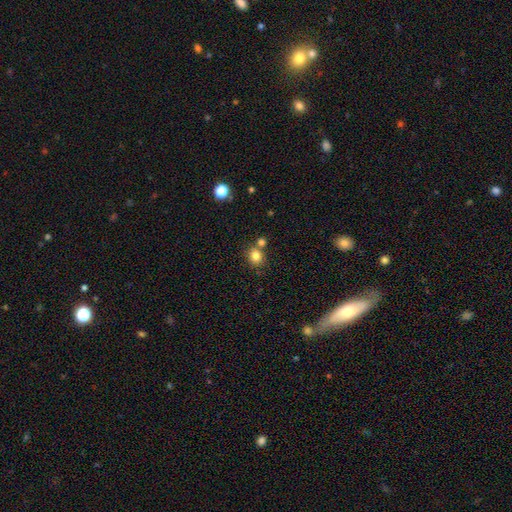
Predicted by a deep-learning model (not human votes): Smooth or featured: smooth — 82% (star or artifact — 12%)
How rounded: round — 77% (in between — 22%)
Merging: none — 67% (merger — 21%)